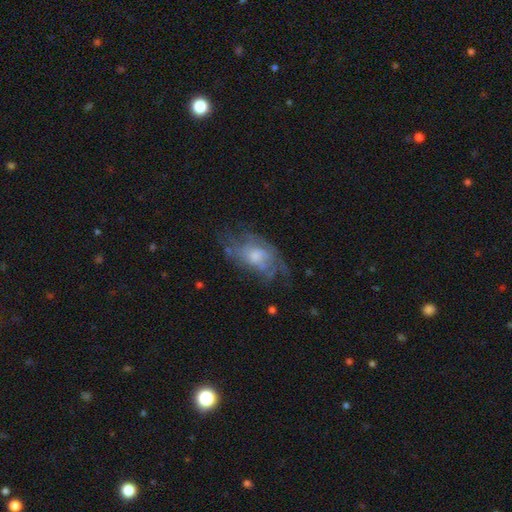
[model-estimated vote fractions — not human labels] This appears to be a featured or disk galaxy (65%) with no bar (76%), spiral arms (63%) and a moderate central bulge (48%). Merging: none (49%).